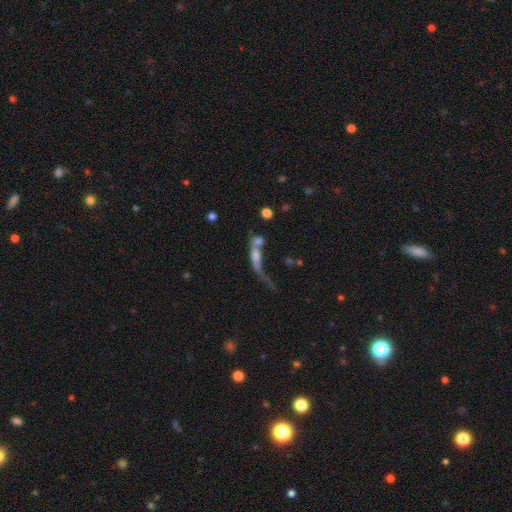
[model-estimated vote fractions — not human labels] Smooth or featured?
  - smooth: 49% *
  - featured or disk: 39%
  - star or artifact: 12%
Merging?
  - merger: 45% *
  - major disturbance: 29%
  - none: 16%
  - minor disturbance: 10%